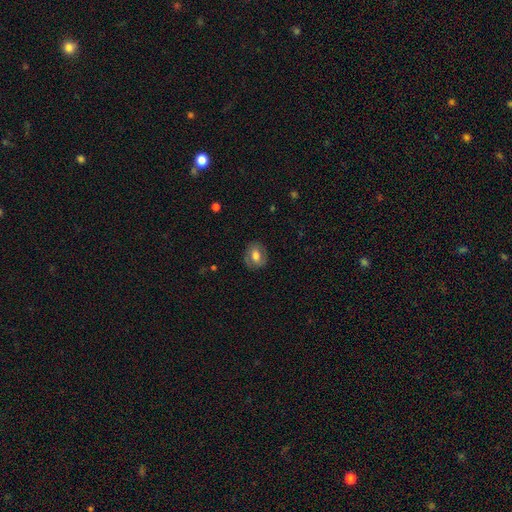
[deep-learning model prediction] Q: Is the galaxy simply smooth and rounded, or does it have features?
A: smooth — 56%.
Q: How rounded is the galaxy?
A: in between — 55%.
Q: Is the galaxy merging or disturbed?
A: none — 78%.